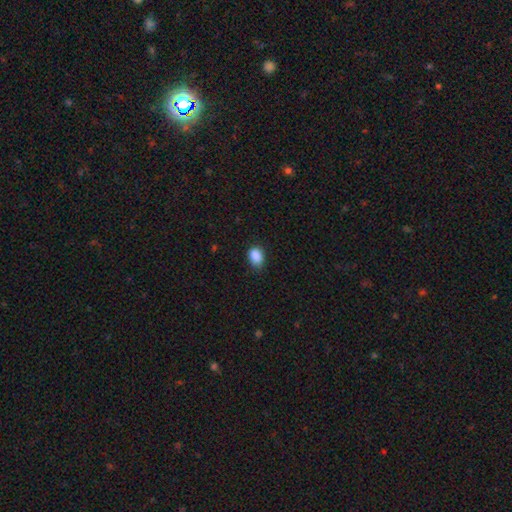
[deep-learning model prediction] Smooth or featured? Predicted: smooth (p=0.88). How rounded? Predicted: in between (p=0.72). Merging? Predicted: none (p=0.75).